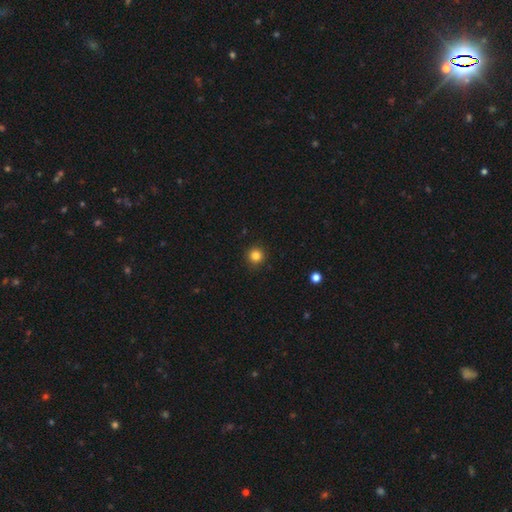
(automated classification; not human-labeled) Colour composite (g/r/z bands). It shows a smooth galaxy with no disk features (84%) that is round (95%). Merging: none (92%).